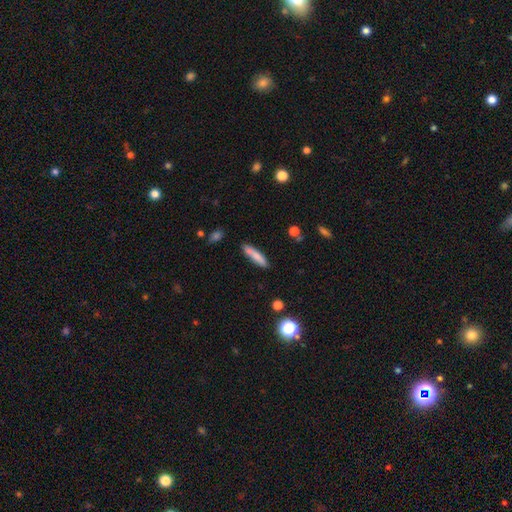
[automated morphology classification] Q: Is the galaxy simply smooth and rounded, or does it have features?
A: smooth — 79%.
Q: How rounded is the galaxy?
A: cigar-shaped — 82%.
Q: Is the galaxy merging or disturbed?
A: none — 80%.